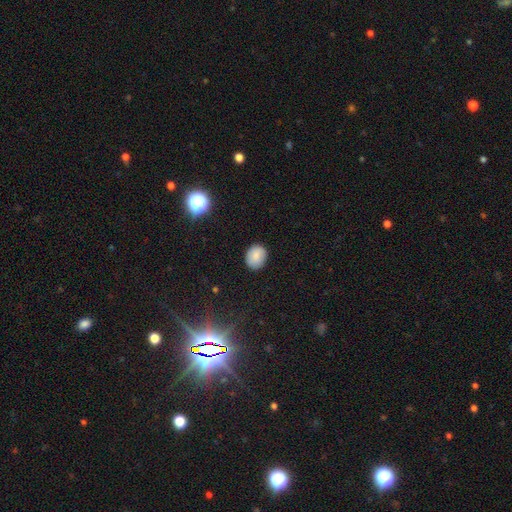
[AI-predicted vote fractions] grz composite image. It shows a smooth galaxy with no disk features (84%) that is round (56%). Merging: none (86%).